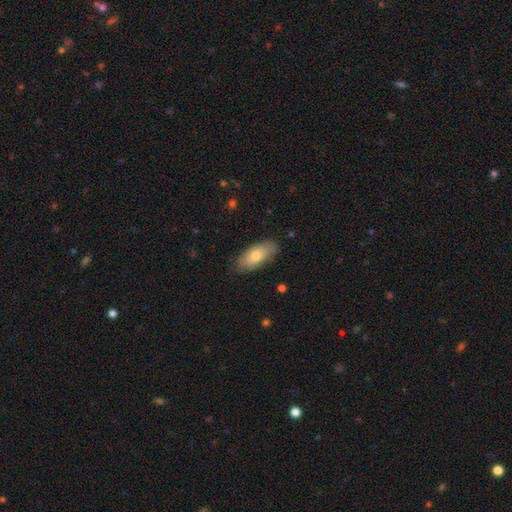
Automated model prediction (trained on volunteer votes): Smooth or featured?
  - smooth: 73% *
  - featured or disk: 21%
  - star or artifact: 6%
How rounded?
  - in between: 86% *
  - cigar-shaped: 12%
  - round: 3%
Merging?
  - none: 79% *
  - minor disturbance: 16%
  - major disturbance: 3%
  - merger: 1%